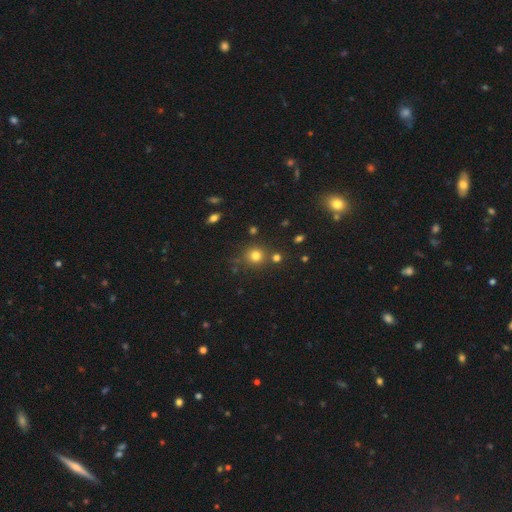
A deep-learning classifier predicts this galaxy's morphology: Smooth or featured? Predicted: smooth (p=0.77). How rounded? Predicted: round (p=0.90). Merging? Predicted: none (p=0.76).